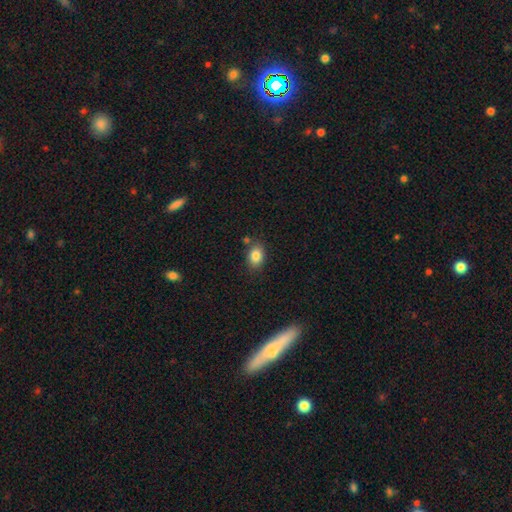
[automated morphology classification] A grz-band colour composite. It shows a smooth galaxy with no disk features (83%) that is in between round and cigar-shaped (71%). Merging: none (77%).